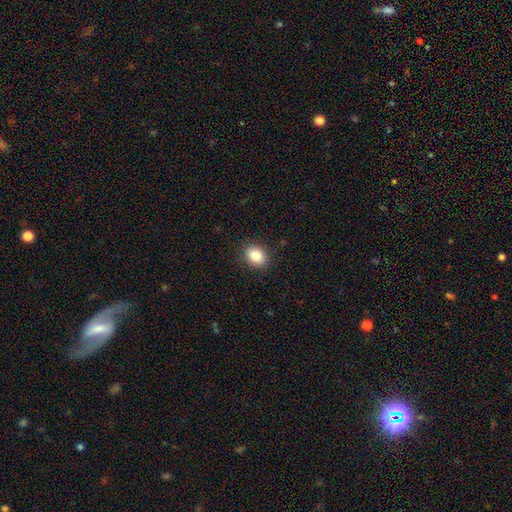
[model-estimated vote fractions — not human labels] A smooth galaxy with no disk features (86%) that is round (52%).

Vote fractions:
- Smooth or featured? smooth: 86% / star or artifact: 9% / featured or disk: 5%
- How rounded? round: 52% / in between: 47% / cigar-shaped: 1%
- Merging? none: 89% / minor disturbance: 8% / major disturbance: 2% / merger: 1%